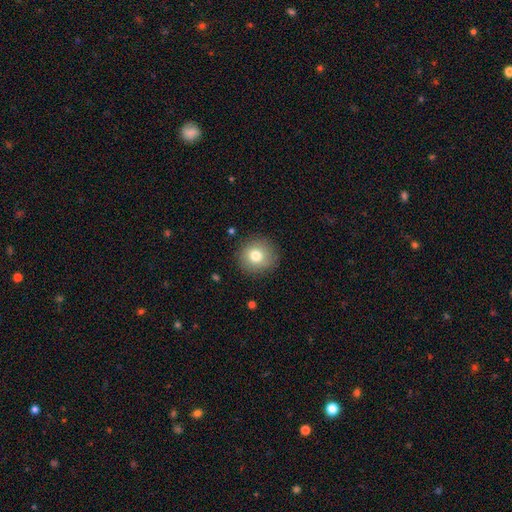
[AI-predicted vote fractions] Smooth or featured: smooth — 79% (featured or disk — 11%)
How rounded: round — 91% (in between — 8%)
Merging: none — 88% (minor disturbance — 8%)